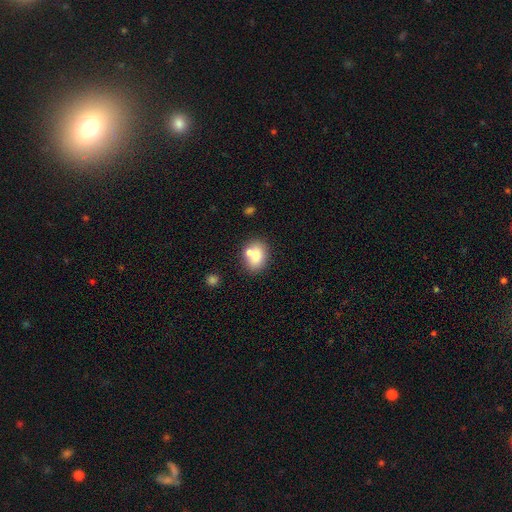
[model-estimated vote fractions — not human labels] smooth_or_featured: smooth (p=0.77) [alt: featured or disk p=0.14]
how_rounded: in between (p=0.65) [alt: round p=0.33]
merging: none (p=0.62) [alt: merger p=0.21]